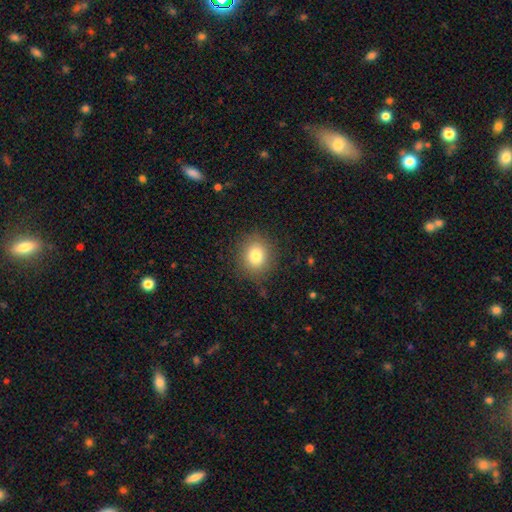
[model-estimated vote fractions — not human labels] This appears to be a smooth galaxy with no disk features (80%) that is round (81%). Merging: none (85%).